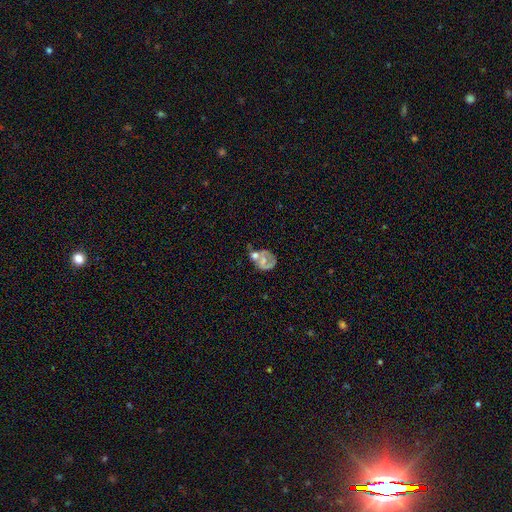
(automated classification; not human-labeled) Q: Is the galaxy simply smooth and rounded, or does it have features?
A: featured or disk — 50%.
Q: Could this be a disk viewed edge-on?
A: no — 97%.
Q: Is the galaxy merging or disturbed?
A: merger — 40%.